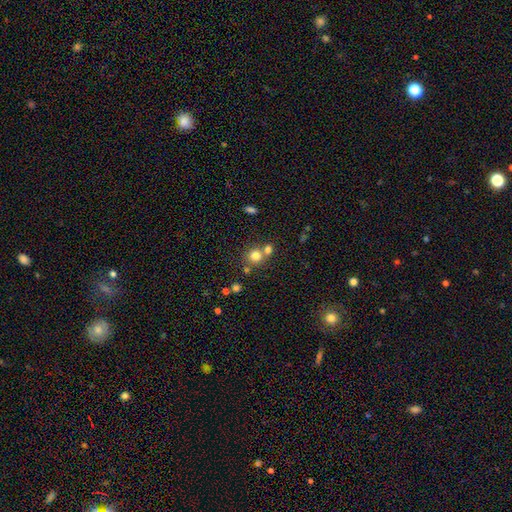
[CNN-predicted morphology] smooth 77%, star or artifact 14%, featured or disk 10%. Down the decision tree: how rounded — round (85%); merging — none (51%).